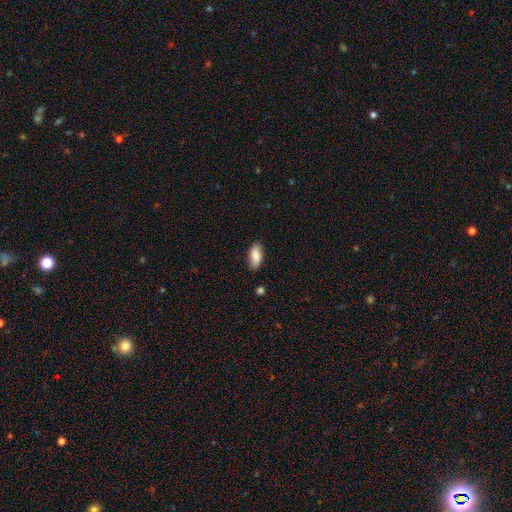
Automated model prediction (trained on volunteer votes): Q: Smooth or featured?
A: smooth (86%); runner-up: featured or disk (7%)
Q: How rounded?
A: in between (89%); runner-up: cigar-shaped (8%)
Q: Merging?
A: none (83%); runner-up: minor disturbance (13%)